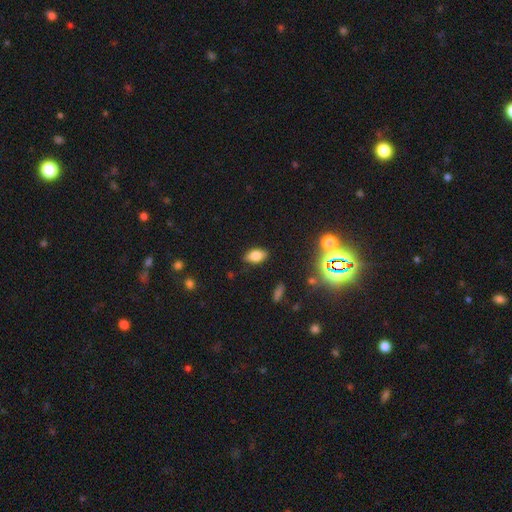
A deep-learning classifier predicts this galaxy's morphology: smooth-or-featured: smooth: 76% | star or artifact: 12% | featured or disk: 12%
  how-rounded: in between: 90% | round: 6% | cigar-shaped: 4%
  merging: none: 85% | minor disturbance: 11% | major disturbance: 3% | merger: 1%